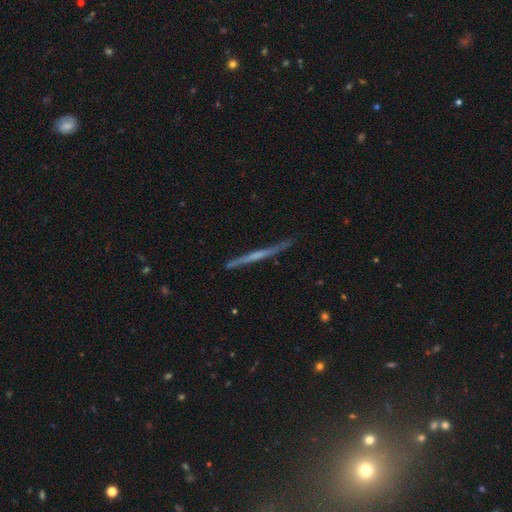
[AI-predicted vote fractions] Overall: featured or disk (66%; smooth 28%). Edge-on disk: yes (98%). Edge-on bulge: none (74%). Merging: none (86%).